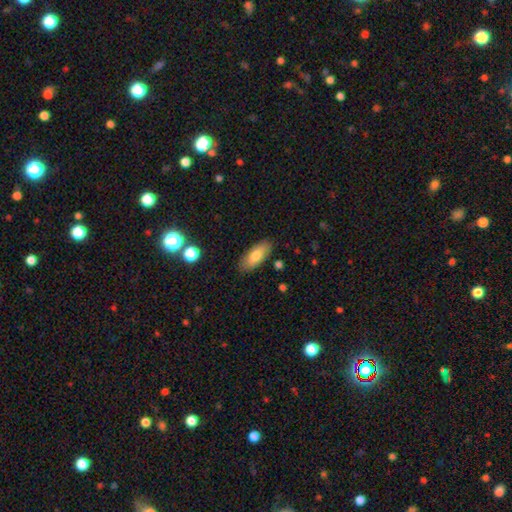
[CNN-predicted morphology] type=smooth (77%); roundness=in between (84%); merging=none (85%).